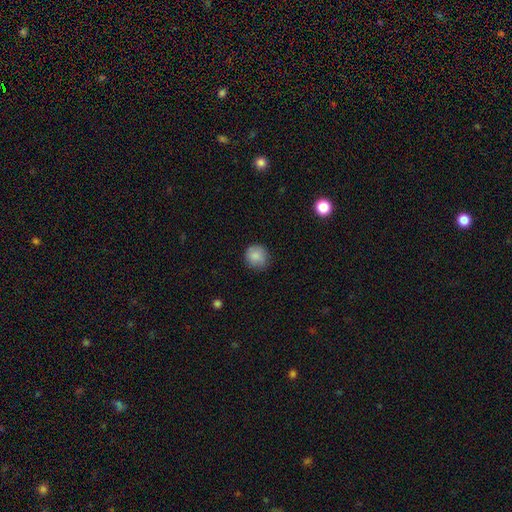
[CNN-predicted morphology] A smooth galaxy with no disk features (86%) that is round (90%).

Vote fractions:
- Smooth or featured? smooth: 86% / star or artifact: 8% / featured or disk: 7%
- How rounded? round: 90% / in between: 9% / cigar-shaped: 1%
- Merging? none: 80% / minor disturbance: 16% / major disturbance: 3% / merger: 1%